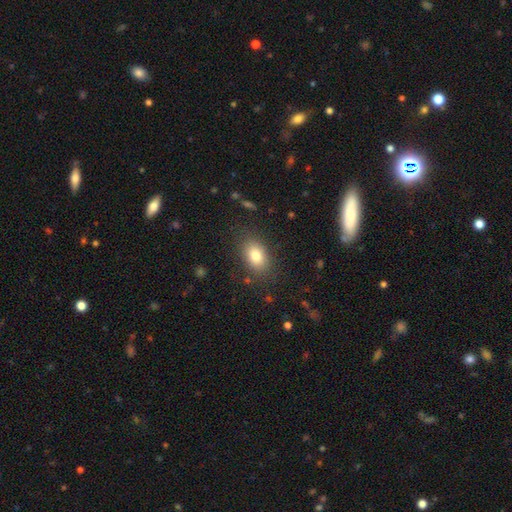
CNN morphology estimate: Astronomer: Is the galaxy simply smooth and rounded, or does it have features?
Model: smooth — 81%.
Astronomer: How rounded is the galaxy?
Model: in between — 83%.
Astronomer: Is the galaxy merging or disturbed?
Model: none — 82%.